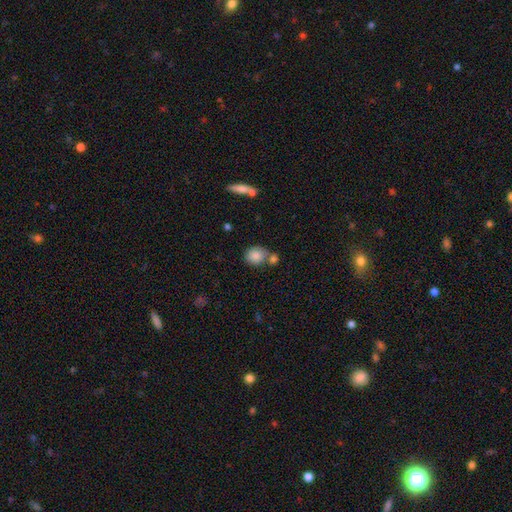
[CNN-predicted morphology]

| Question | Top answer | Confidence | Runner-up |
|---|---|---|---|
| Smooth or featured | smooth | 85% | star or artifact (8%) |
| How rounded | round | 70% | in between (28%) |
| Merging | none | 58% | merger (25%) |